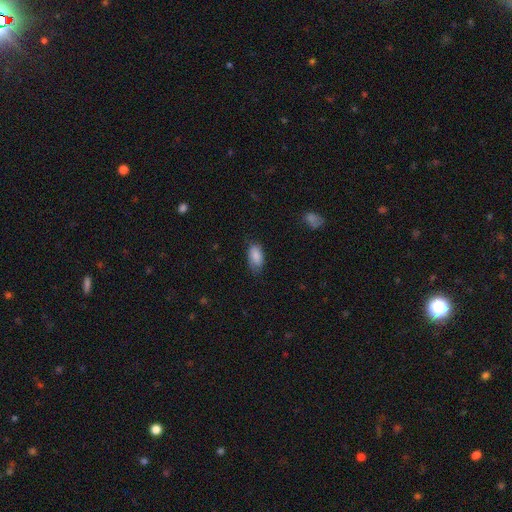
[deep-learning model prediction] Overall: smooth (87%). How rounded: in between (93%). Merging: none (71%).